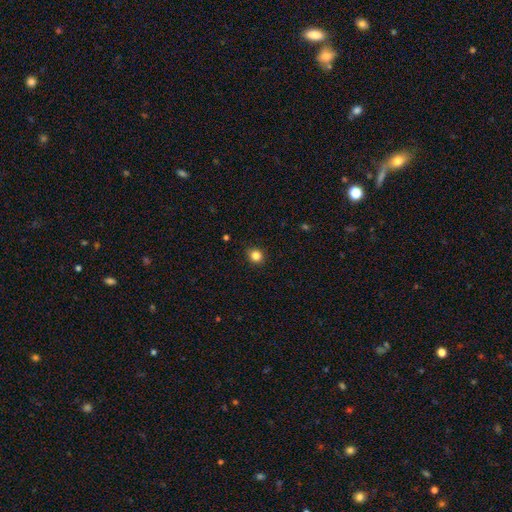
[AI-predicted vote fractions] smooth 84%, star or artifact 11%, featured or disk 4%. Down the decision tree: how rounded — round (84%); merging — none (91%).